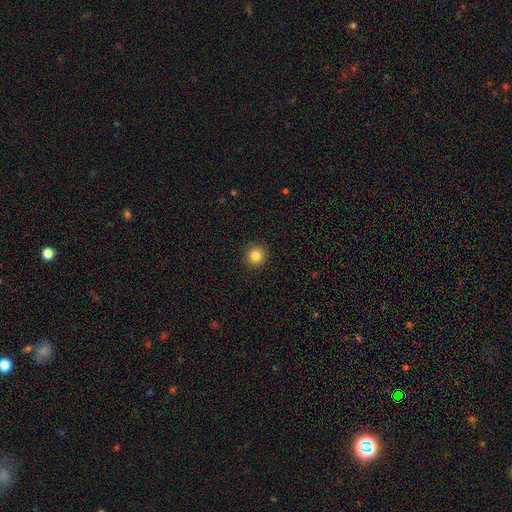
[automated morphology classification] smooth_or_featured: smooth (p=0.84) [alt: star or artifact p=0.11]
how_rounded: round (p=0.93) [alt: in between p=0.06]
merging: none (p=0.92) [alt: minor disturbance p=0.05]